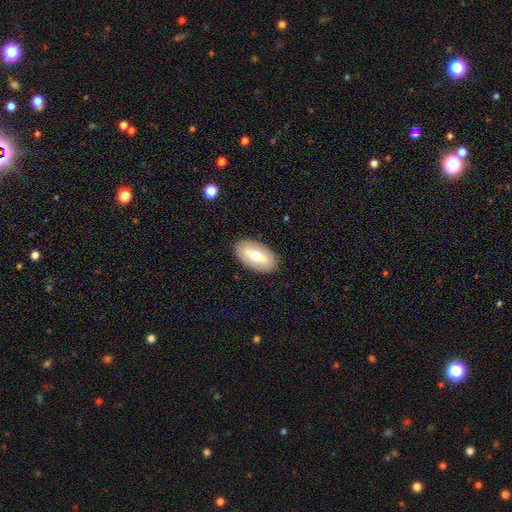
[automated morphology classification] Smooth or featured? smooth (55%)
How rounded? in between (93%)
Merging? none (87%)